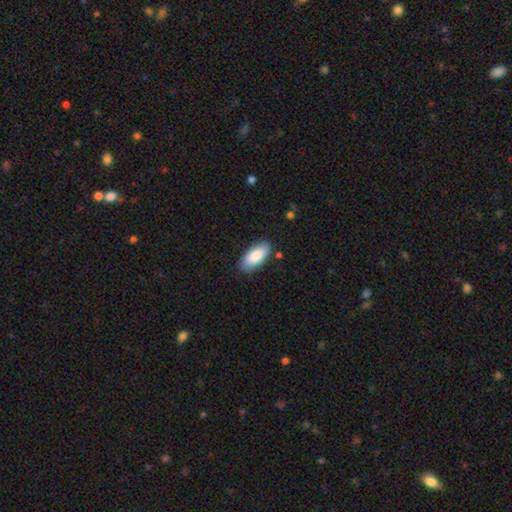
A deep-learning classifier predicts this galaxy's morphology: smooth 84%, featured or disk 10%, star or artifact 6%. Down the decision tree: how rounded — in between (91%); merging — none (85%).